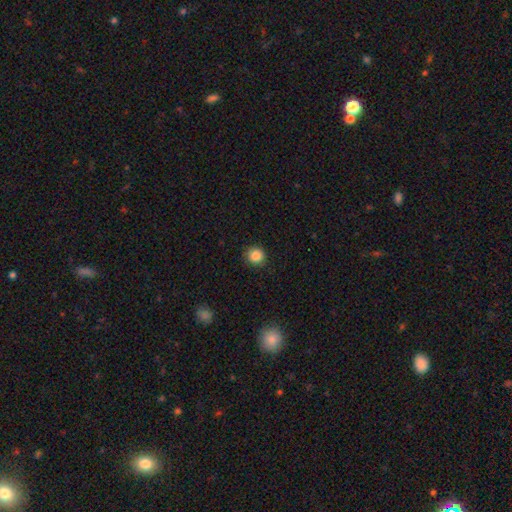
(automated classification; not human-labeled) Smooth or featured?
  - smooth: 86% *
  - star or artifact: 11%
  - featured or disk: 4%
How rounded?
  - round: 92% *
  - in between: 7%
  - cigar-shaped: 1%
Merging?
  - none: 89% *
  - minor disturbance: 8%
  - major disturbance: 2%
  - merger: 1%